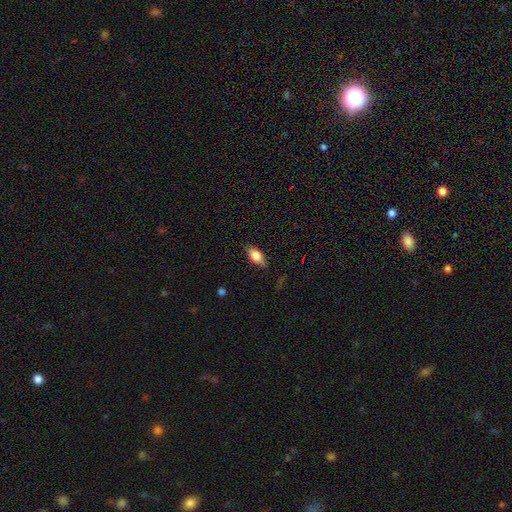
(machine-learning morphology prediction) The model was most divided on "smooth or featured": smooth: 77%, featured or disk: 15%, star or artifact: 8%. More confident: how rounded — in between (86%); merging — none (80%).